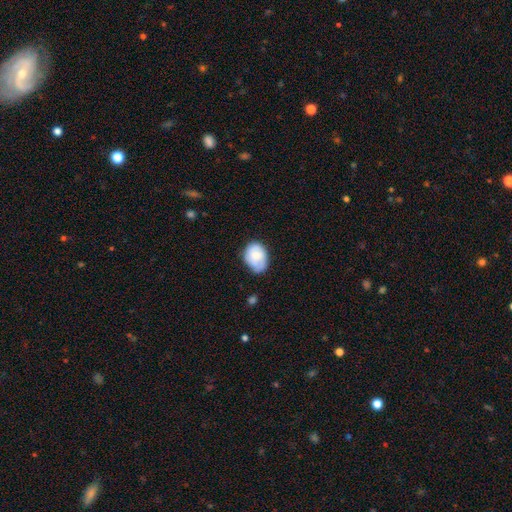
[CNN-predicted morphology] Q: Smooth or featured?
A: smooth (73%); runner-up: featured or disk (20%)
Q: How rounded?
A: in between (70%); runner-up: round (29%)
Q: Merging?
A: none (54%); runner-up: minor disturbance (35%)